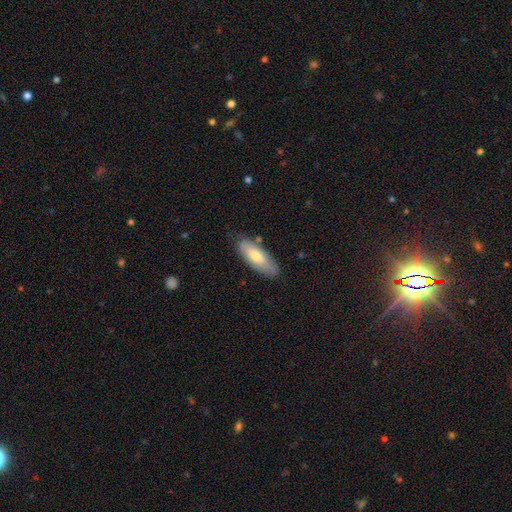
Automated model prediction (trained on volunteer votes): Overall: smooth (68%). How rounded: in between (69%; cigar-shaped 30%). Merging: none (78%).